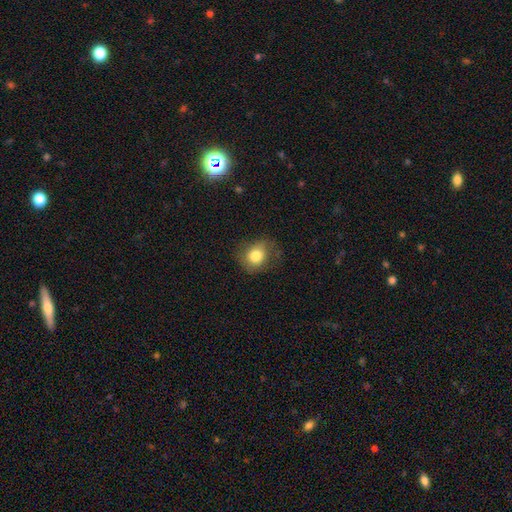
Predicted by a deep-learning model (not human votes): This appears to be a smooth galaxy with no disk features (78%) that is round (65%). Merging: none (61%).